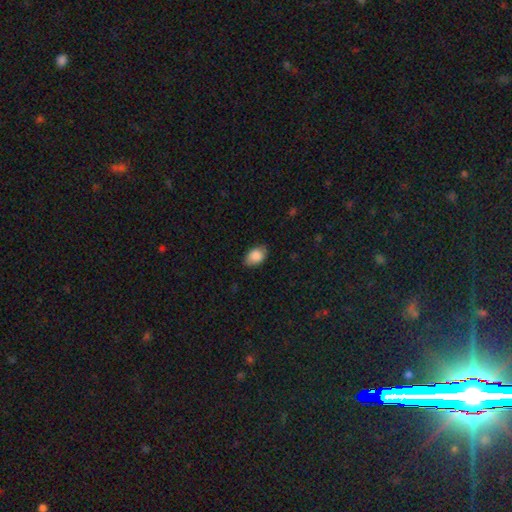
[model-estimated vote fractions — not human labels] smooth-or-featured: smooth: 87% | star or artifact: 7% | featured or disk: 6%
  how-rounded: in between: 86% | round: 13% | cigar-shaped: 1%
  merging: none: 78% | minor disturbance: 18% | major disturbance: 3% | merger: 1%